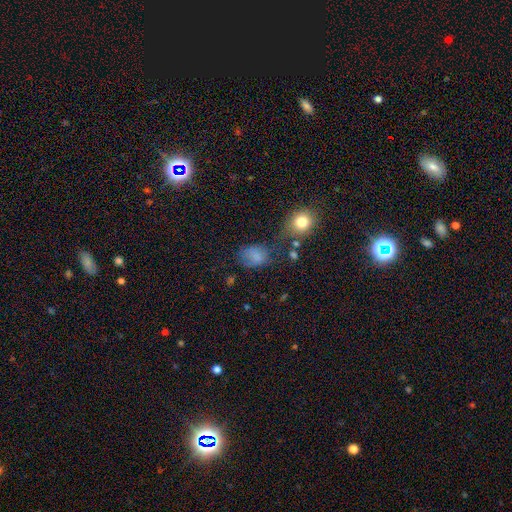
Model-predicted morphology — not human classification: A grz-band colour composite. It shows a smooth galaxy with no disk features (77%) that is in between round and cigar-shaped (63%). Merging: none (48%).